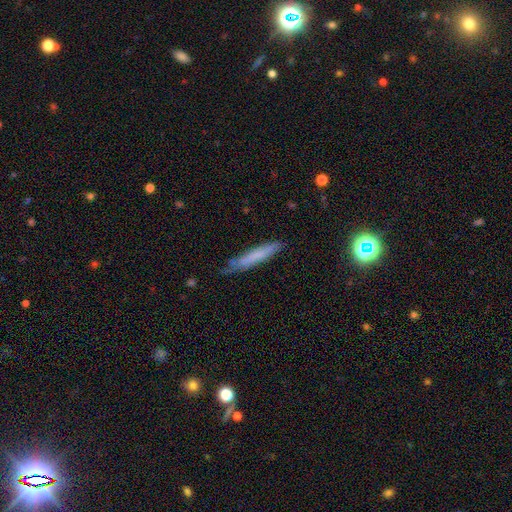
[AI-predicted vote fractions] A smooth galaxy with no disk features (64%) that is cigar-shaped (92%). Merging: none (71%).